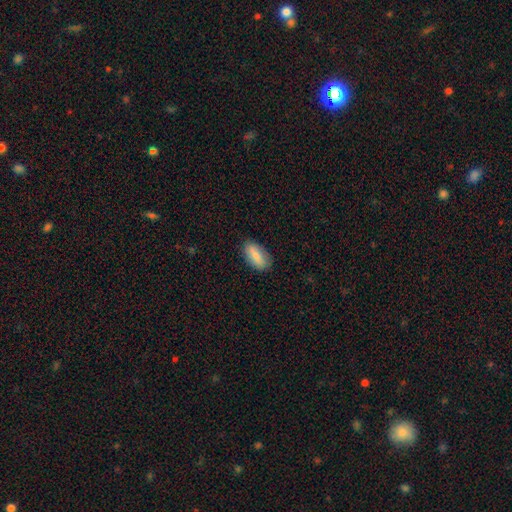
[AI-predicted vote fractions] Overall: smooth (78%). How rounded: in between (90%). Merging: none (85%).